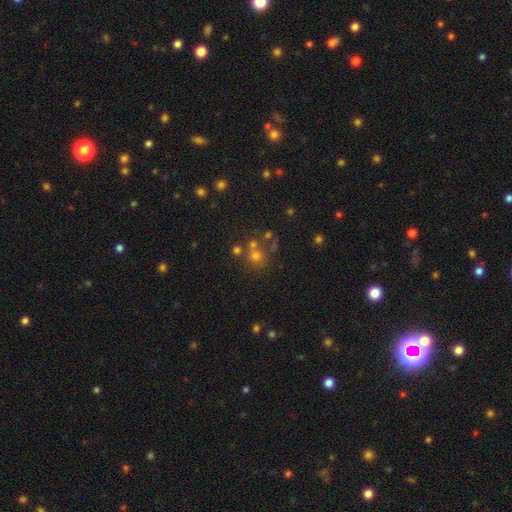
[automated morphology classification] Overall: smooth (57%; star or artifact 27%). How rounded: round (87%). Merging: none (57%; merger 29%).